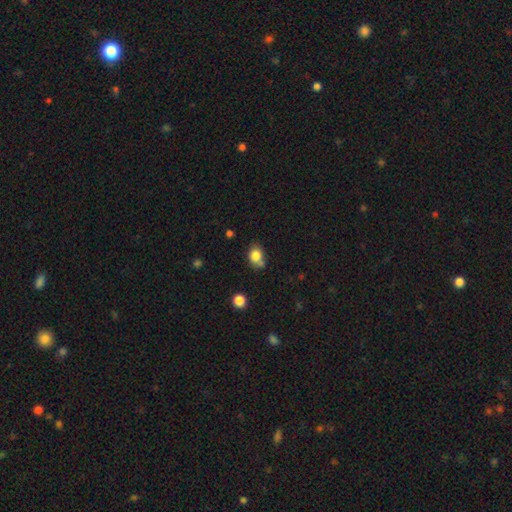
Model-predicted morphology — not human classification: smooth 81%, star or artifact 11%, featured or disk 8%. Down the decision tree: how rounded — round (52%); merging — none (59%).